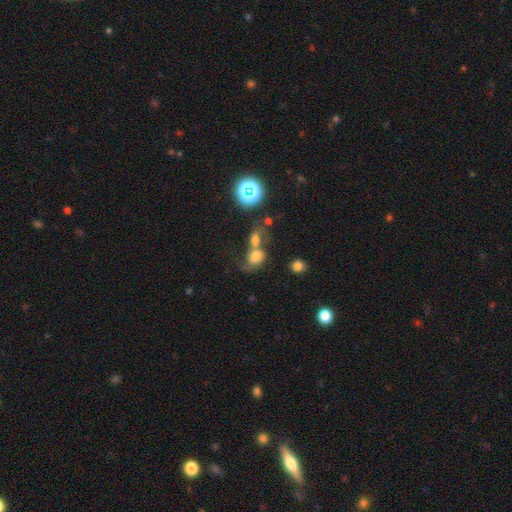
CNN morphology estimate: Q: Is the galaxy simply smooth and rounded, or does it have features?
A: smooth — 63%.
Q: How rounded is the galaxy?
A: in between — 56%.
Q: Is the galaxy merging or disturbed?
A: merger — 62%.